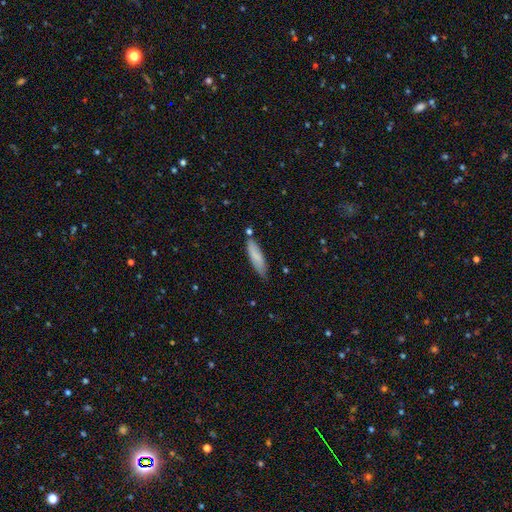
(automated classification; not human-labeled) smooth-or-featured: smooth: 79% | featured or disk: 15% | star or artifact: 6%
  how-rounded: cigar-shaped: 63% | in between: 35% | round: 1%
  merging: none: 74% | minor disturbance: 19% | merger: 4% | major disturbance: 3%